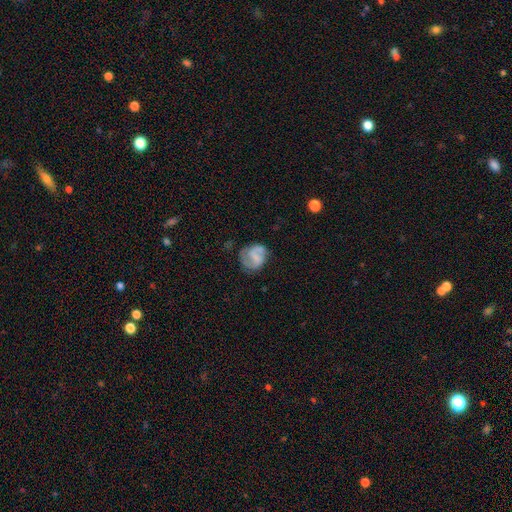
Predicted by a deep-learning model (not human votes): Smooth or featured? Predicted: featured or disk (p=0.63). Edge-on disk? Predicted: no (p=0.98). Bar? Predicted: weak (p=0.44). Spiral arms? Predicted: yes (p=0.86). Spiral winding? Predicted: medium (p=0.46). Spiral arm count? Predicted: 2 (p=0.81). Bulge size? Predicted: none (p=0.54). Merging? Predicted: none (p=0.63).